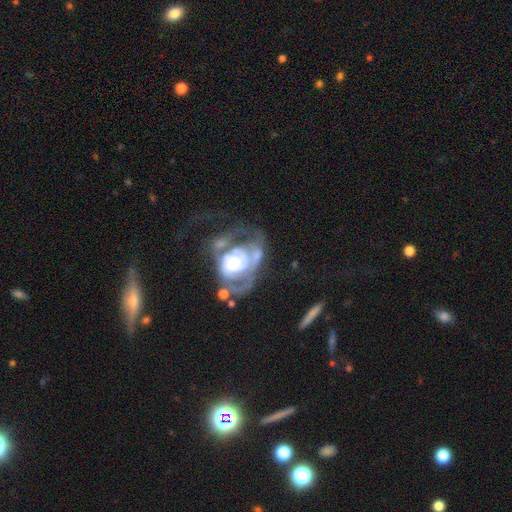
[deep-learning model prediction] Q: Smooth or featured?
A: featured or disk (73%); runner-up: smooth (19%)
Q: Edge-on disk?
A: no (96%); runner-up: yes (4%)
Q: Bar?
A: no (80%); runner-up: weak (16%)
Q: Spiral arms?
A: yes (57%); runner-up: no (43%)
Q: Bulge size?
A: moderate (37%); runner-up: small (29%)
Q: Merging?
A: major disturbance (47%); runner-up: merger (21%)